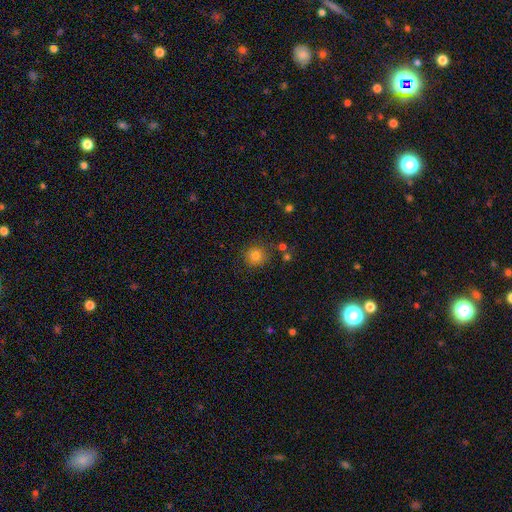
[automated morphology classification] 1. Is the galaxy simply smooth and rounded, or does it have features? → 79% smooth, 13% star or artifact, 8% featured or disk.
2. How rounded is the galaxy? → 90% round, 9% in between, 1% cigar-shaped.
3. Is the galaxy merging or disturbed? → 80% none, 12% minor disturbance, 5% merger, 4% major disturbance.